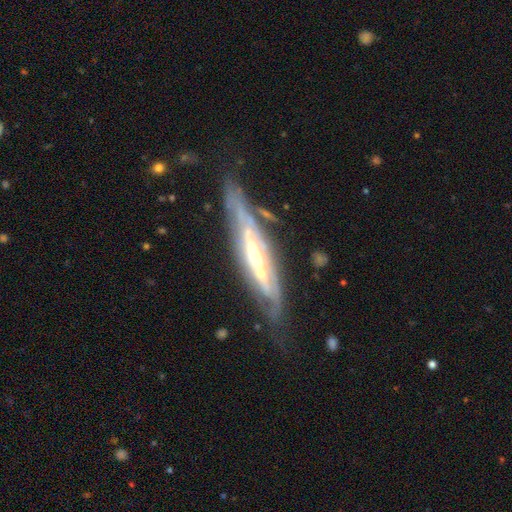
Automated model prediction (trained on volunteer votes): Smooth or featured?
  - featured or disk: 83% *
  - smooth: 11%
  - star or artifact: 6%
Edge-on disk?
  - yes: 57% *
  - no: 43%
Merging?
  - none: 61% *
  - minor disturbance: 22%
  - major disturbance: 13%
  - merger: 4%